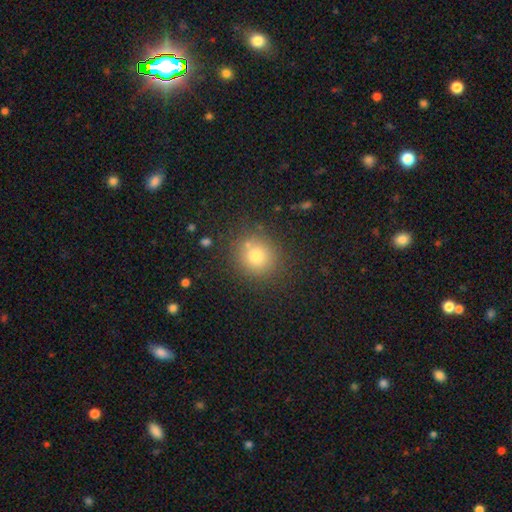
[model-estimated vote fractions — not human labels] Q: Smooth or featured?
A: smooth (77%); runner-up: star or artifact (14%)
Q: How rounded?
A: round (86%); runner-up: in between (13%)
Q: Merging?
A: none (80%); runner-up: minor disturbance (10%)